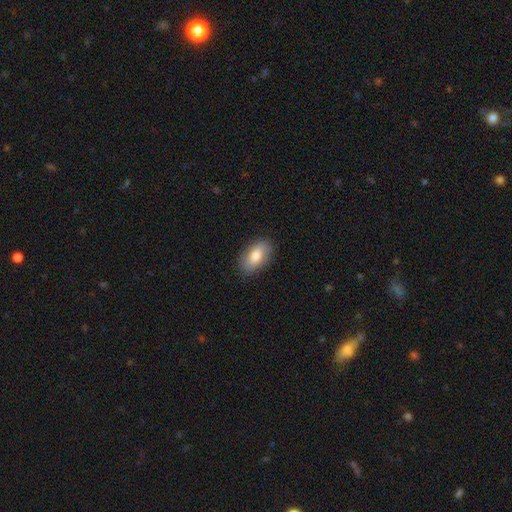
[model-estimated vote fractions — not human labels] smooth 79%, featured or disk 14%, star or artifact 6%. Down the decision tree: how rounded — in between (92%); merging — none (85%).